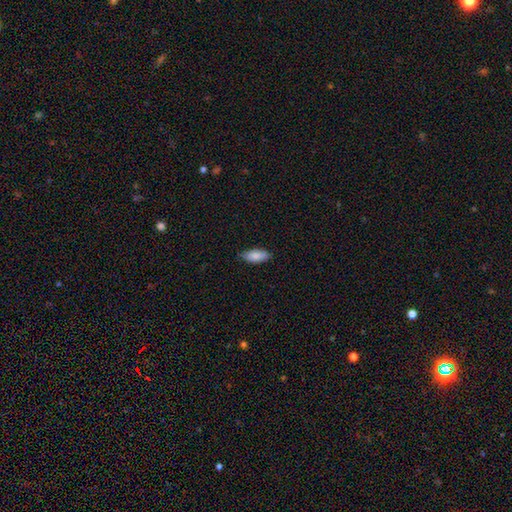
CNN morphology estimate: This appears to be a smooth galaxy with no disk features (86%) that is in between round and cigar-shaped (86%). Merging: none (81%).